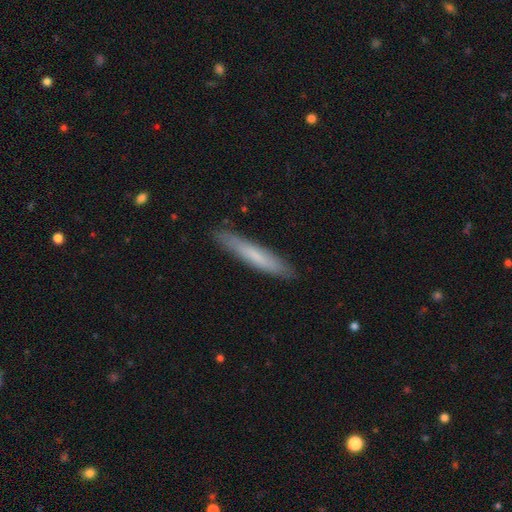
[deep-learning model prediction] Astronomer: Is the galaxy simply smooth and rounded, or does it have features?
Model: smooth — 66%.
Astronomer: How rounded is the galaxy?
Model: cigar-shaped — 93%.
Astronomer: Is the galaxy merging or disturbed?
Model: none — 88%.